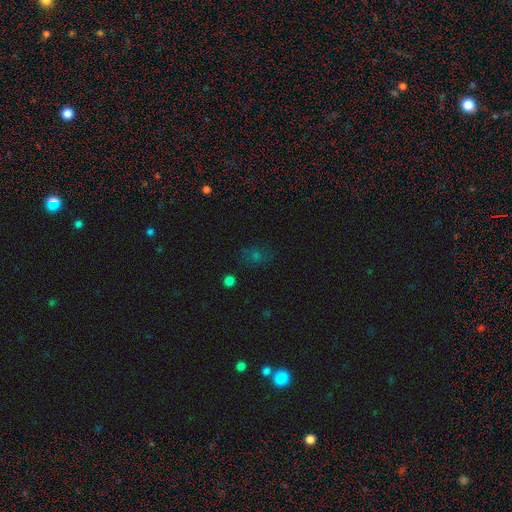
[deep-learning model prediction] Smooth or featured?
  - smooth: 45% *
  - star or artifact: 39%
  - featured or disk: 16%
Merging?
  - none: 72% *
  - minor disturbance: 16%
  - major disturbance: 8%
  - merger: 3%